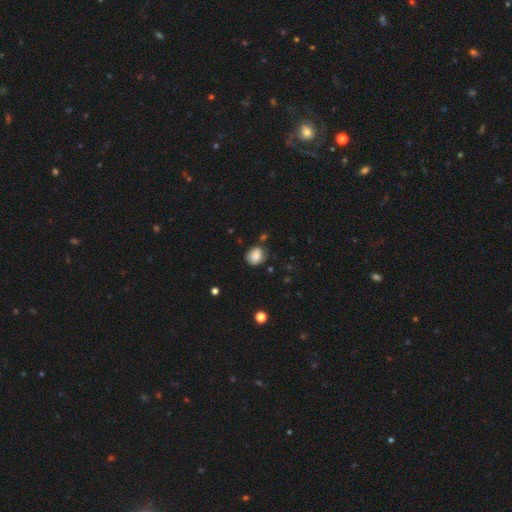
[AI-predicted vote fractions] The model was most divided on "how rounded": round: 60%, in between: 39%, cigar-shaped: 1%. More confident: smooth or featured — smooth (84%); merging — none (69%).